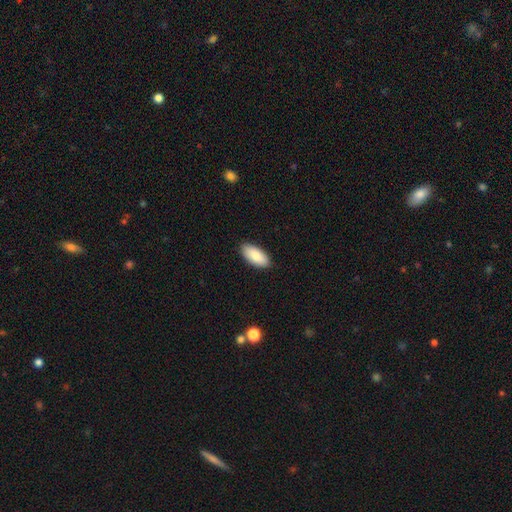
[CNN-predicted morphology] Q: Smooth or featured?
A: smooth (87%); runner-up: featured or disk (8%)
Q: How rounded?
A: in between (92%); runner-up: cigar-shaped (6%)
Q: Merging?
A: none (88%); runner-up: minor disturbance (9%)